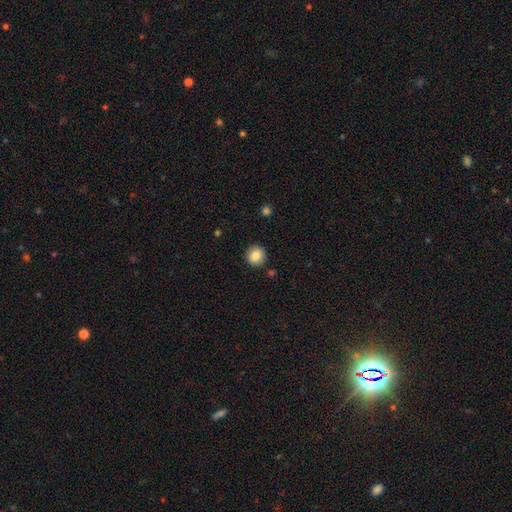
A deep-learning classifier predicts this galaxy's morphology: Overall: smooth (85%). How rounded: round (90%). Merging: none (90%).